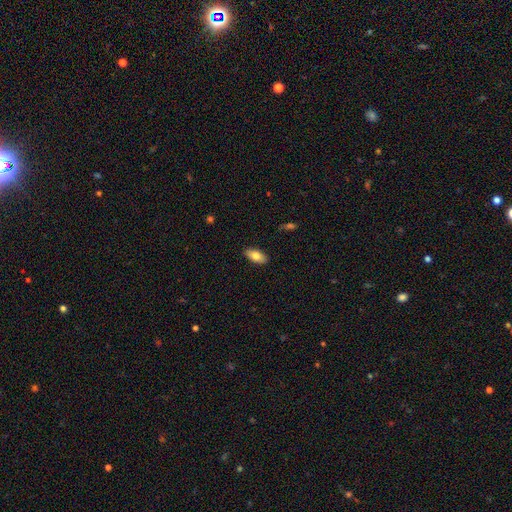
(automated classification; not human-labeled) Q: Smooth or featured?
A: smooth (79%); runner-up: featured or disk (14%)
Q: How rounded?
A: in between (90%); runner-up: cigar-shaped (7%)
Q: Merging?
A: none (89%); runner-up: minor disturbance (8%)